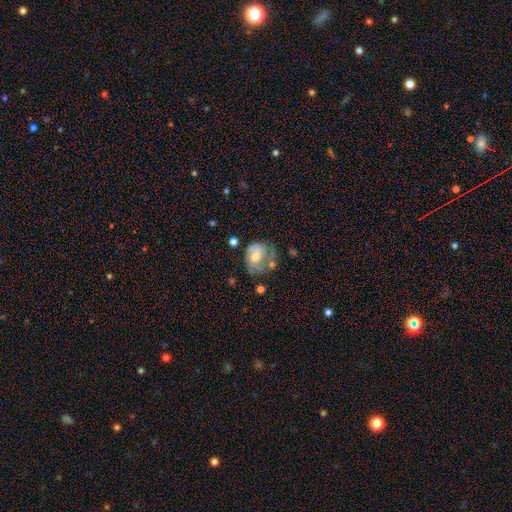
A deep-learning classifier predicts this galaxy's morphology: type=featured or disk (60%); edge-on=no (97%); bar=no (64%); spiral arms=yes (75%); bulge=moderate (55%); merging=none (40%).